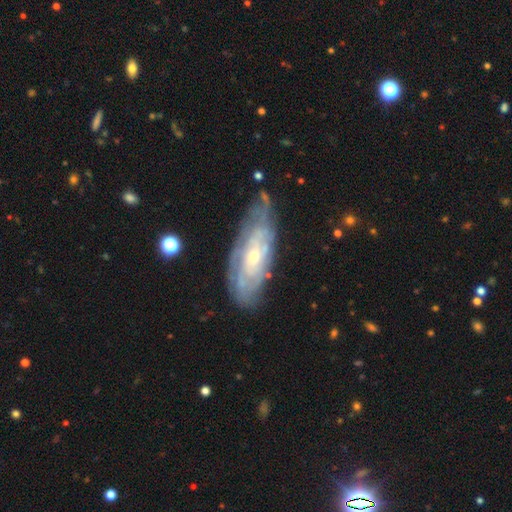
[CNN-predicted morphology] Smooth or featured?
  - featured or disk: 76% *
  - smooth: 18%
  - star or artifact: 6%
Edge-on disk?
  - no: 84% *
  - yes: 16%
Bar?
  - no: 72% *
  - weak: 23%
  - strong: 5%
Spiral arms?
  - yes: 83% *
  - no: 17%
Spiral winding?
  - tight: 71% *
  - medium: 22%
  - loose: 7%
Spiral arm count?
  - can't tell: 65% *
  - 2: 13%
  - 3: 8%
  - 4: 7%
  - more than 4: 4%
  - 1: 4%
Bulge size?
  - small: 60% *
  - moderate: 36%
  - large: 2%
  - none: 1%
  - dominant: 1%
Merging?
  - none: 66% *
  - minor disturbance: 24%
  - major disturbance: 7%
  - merger: 2%